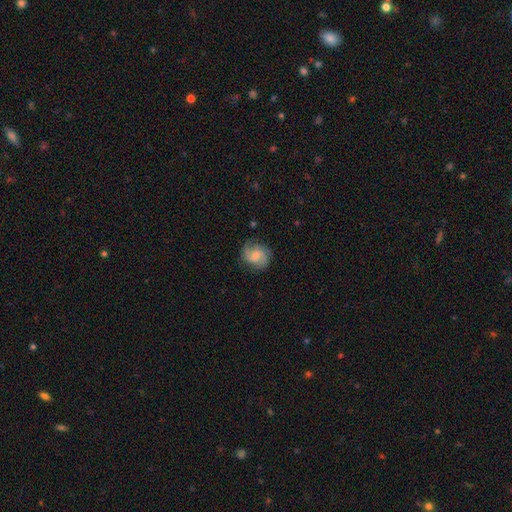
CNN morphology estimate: smooth-or-featured: featured or disk: 80% | smooth: 14% | star or artifact: 6%
  disk-edge-on: no: 98% | yes: 2%
    bar: no: 47% | weak: 46% | strong: 8%
    has-spiral-arms: yes: 97% | no: 3%
      spiral-winding: medium: 53% | tight: 26% | loose: 21%
      spiral-arm-count: 2: 83% | 3: 7% | can't tell: 5% | 1: 2% | 4: 2% | more than 4: 2%
    bulge-size: small: 38% | moderate: 33% | none: 23% | large: 5% | dominant: 1%
  merging: none: 79% | minor disturbance: 14% | major disturbance: 5% | merger: 1%